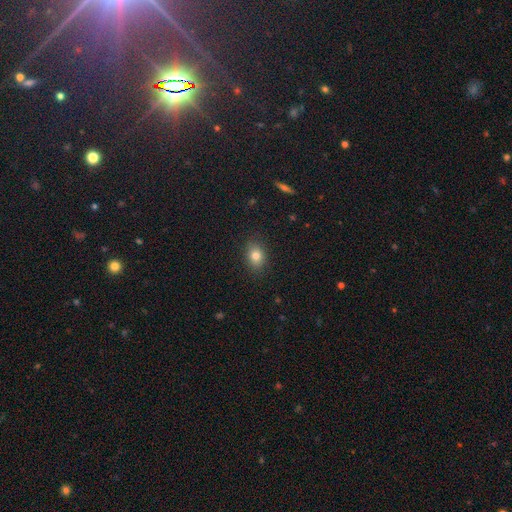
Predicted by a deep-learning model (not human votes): Smooth or featured? Predicted: smooth (p=0.80). How rounded? Predicted: in between (p=0.70). Merging? Predicted: none (p=0.86).